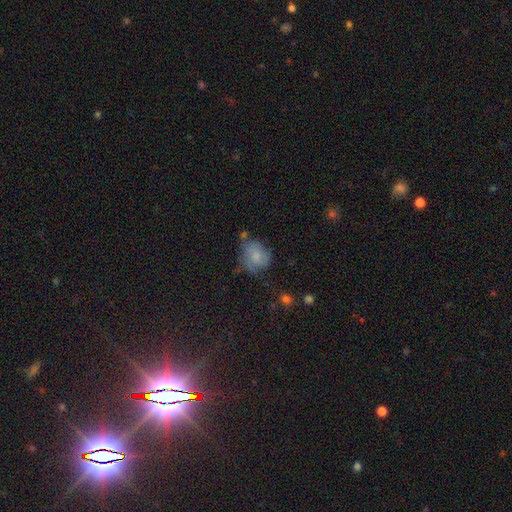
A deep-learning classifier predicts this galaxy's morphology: This is likely a smooth galaxy (65%). How rounded: possibly round (57%). Merging: possibly none (45%).